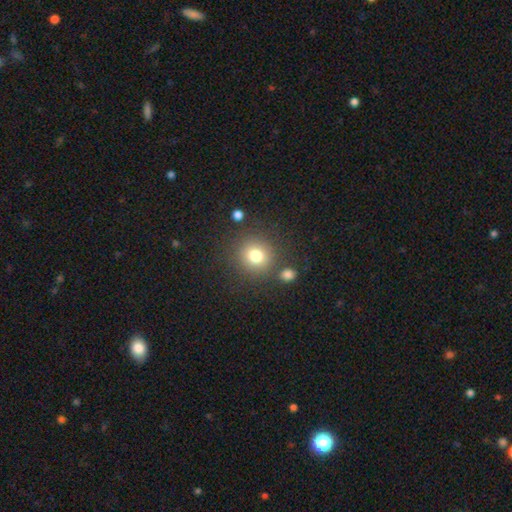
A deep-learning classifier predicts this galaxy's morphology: Q: Smooth or featured?
A: smooth (78%); runner-up: star or artifact (13%)
Q: How rounded?
A: round (89%); runner-up: in between (10%)
Q: Merging?
A: none (81%); runner-up: minor disturbance (9%)